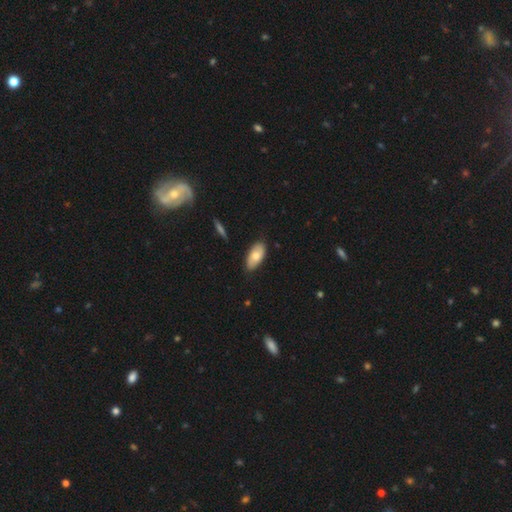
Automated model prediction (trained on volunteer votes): smooth-or-featured: smooth: 70% | featured or disk: 24% | star or artifact: 6%
  how-rounded: in between: 93% | cigar-shaped: 4% | round: 3%
  merging: none: 81% | minor disturbance: 15% | major disturbance: 2% | merger: 2%